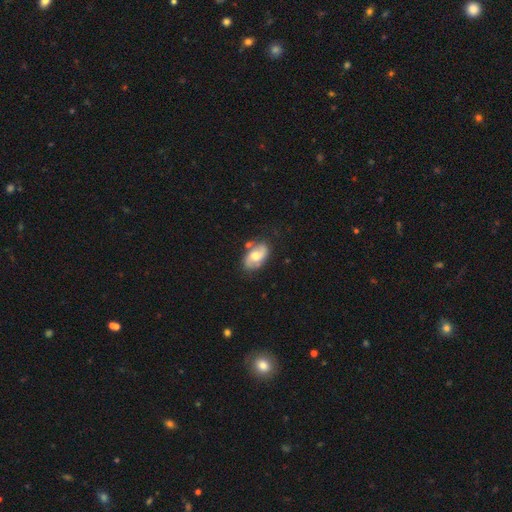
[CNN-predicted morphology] featured or disk 59%, smooth 35%, star or artifact 7%. Down the decision tree: edge-on disk — no (95%); bar — no (53%); spiral arms — yes (81%); bulge size — moderate (65%); merging — none (70%).